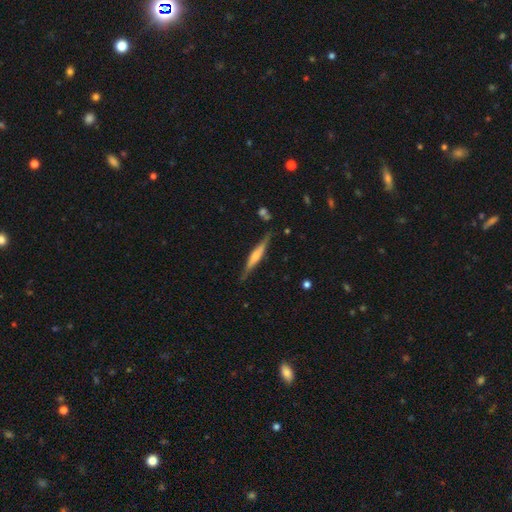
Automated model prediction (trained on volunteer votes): This is likely a featured or disk galaxy (63%). It is clearly viewed edge-on (97%). Edge-on bulge: possibly rounded (59%). Merging: clearly none (84%).